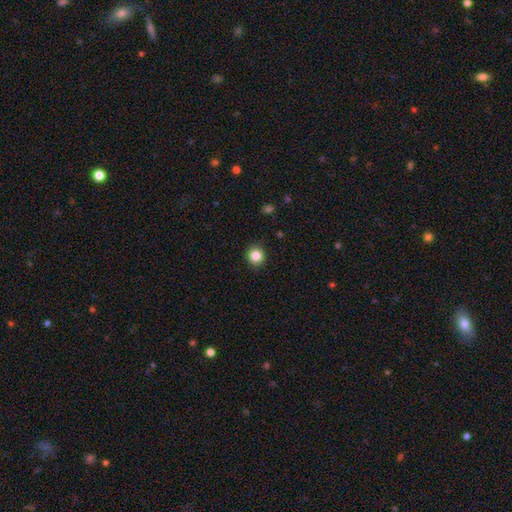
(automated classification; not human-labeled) Morphology: type=smooth (85%); roundness=round (91%); merging=none (91%).